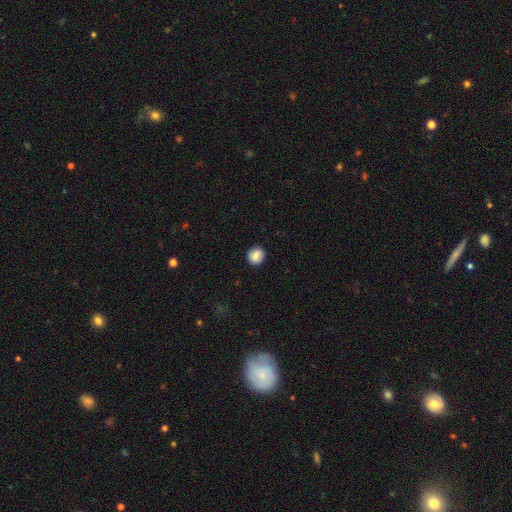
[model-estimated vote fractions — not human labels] Smooth or featured? smooth (73%)
How rounded? round (87%)
Merging? none (89%)